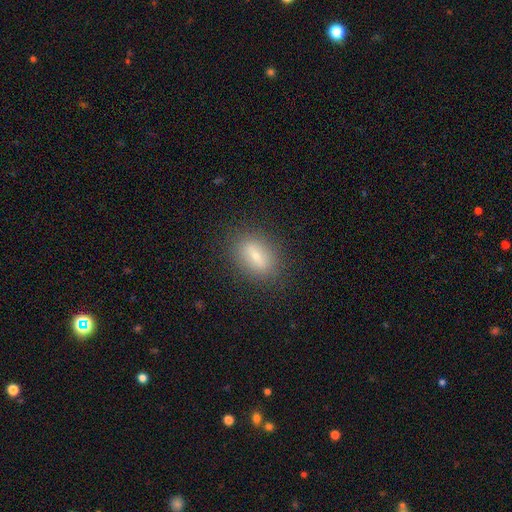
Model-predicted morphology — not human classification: The model was most divided on "smooth or featured": smooth: 62%, featured or disk: 26%, star or artifact: 11%. More confident: merging — none (86%); how rounded — in between (70%).